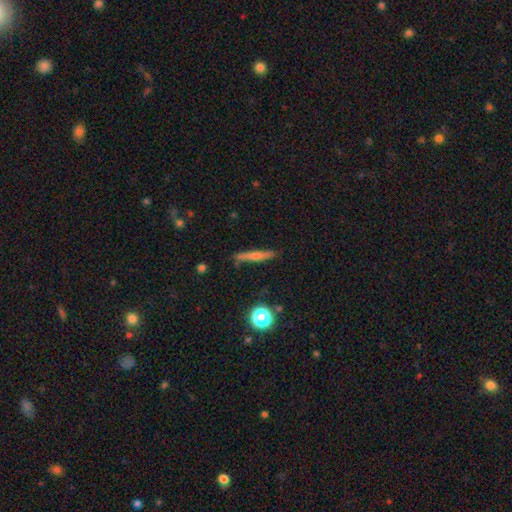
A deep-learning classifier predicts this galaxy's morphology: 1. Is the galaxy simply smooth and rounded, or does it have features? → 55% featured or disk, 31% smooth, 14% star or artifact.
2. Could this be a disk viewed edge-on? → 92% yes, 8% no.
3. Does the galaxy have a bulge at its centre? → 69% rounded, 23% none, 8% boxy.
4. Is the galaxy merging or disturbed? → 86% none, 9% minor disturbance, 2% major disturbance, 2% merger.